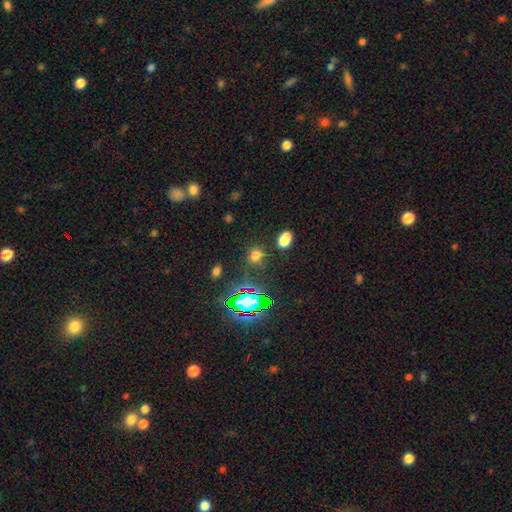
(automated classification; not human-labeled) Smooth or featured? smooth (64%)
How rounded? round (62%)
Merging? none (76%)